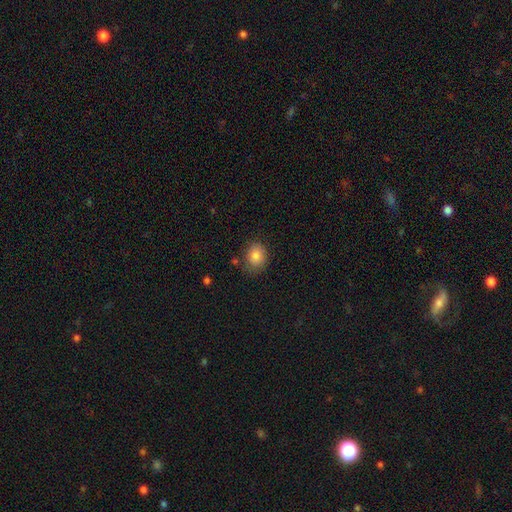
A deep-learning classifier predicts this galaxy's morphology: Smooth or featured: smooth — 85% (star or artifact — 9%)
How rounded: round — 54% (in between — 45%)
Merging: none — 76% (minor disturbance — 17%)